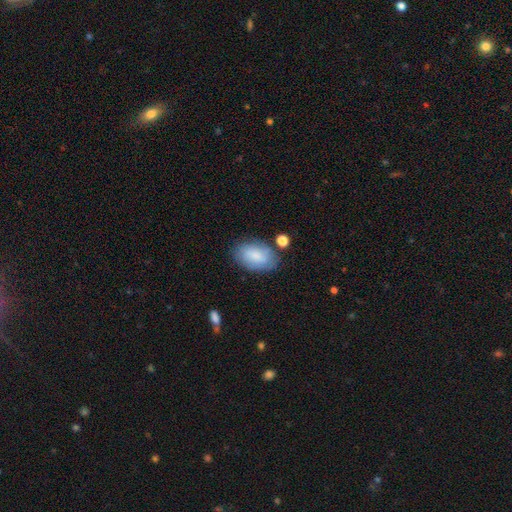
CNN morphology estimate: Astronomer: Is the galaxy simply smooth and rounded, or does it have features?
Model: smooth — 75%.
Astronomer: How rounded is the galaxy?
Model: in between — 90%.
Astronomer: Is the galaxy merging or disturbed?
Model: none — 72%.